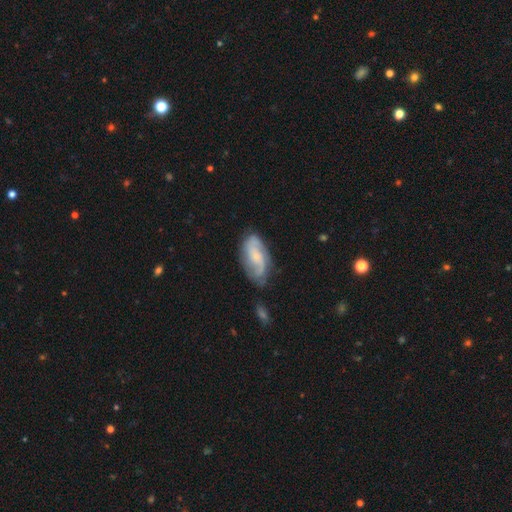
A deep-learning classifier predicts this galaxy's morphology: smooth-or-featured: featured or disk: 71% | smooth: 23% | star or artifact: 6%
  disk-edge-on: no: 95% | yes: 5%
    bar: no: 53% | weak: 39% | strong: 8%
    has-spiral-arms: yes: 93% | no: 7%
      spiral-winding: medium: 45% | loose: 29% | tight: 26%
      spiral-arm-count: 2: 73% | can't tell: 13% | 3: 7% | 1: 3% | 4: 2% | more than 4: 2%
    bulge-size: small: 58% | moderate: 28% | none: 10% | large: 3% | dominant: 1%
  merging: none: 68% | minor disturbance: 22% | major disturbance: 7% | merger: 3%